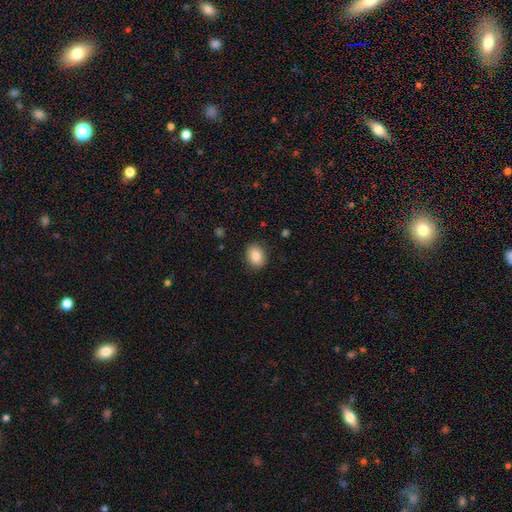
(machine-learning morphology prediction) Smooth or featured? Predicted: smooth (p=0.86). How rounded? Predicted: in between (p=0.52). Merging? Predicted: none (p=0.89).